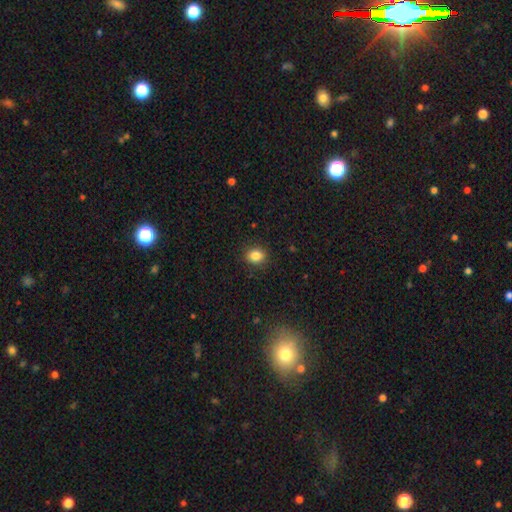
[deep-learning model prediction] smooth-or-featured: smooth: 84% | star or artifact: 11% | featured or disk: 5%
  how-rounded: round: 58% | in between: 41% | cigar-shaped: 1%
  merging: none: 89% | minor disturbance: 8% | major disturbance: 2% | merger: 1%